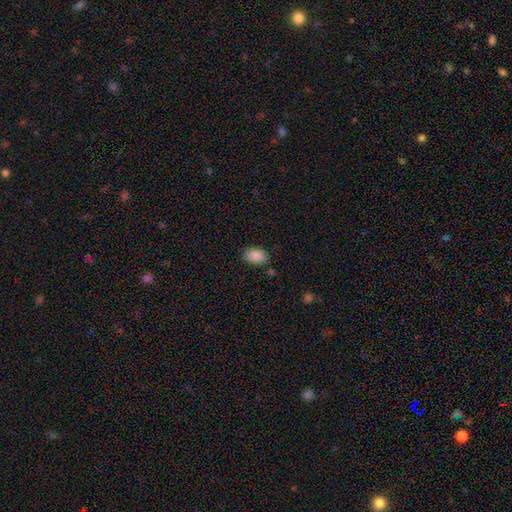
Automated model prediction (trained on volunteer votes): smooth 89%, star or artifact 8%, featured or disk 4%. Down the decision tree: how rounded — in between (88%); merging — none (83%).